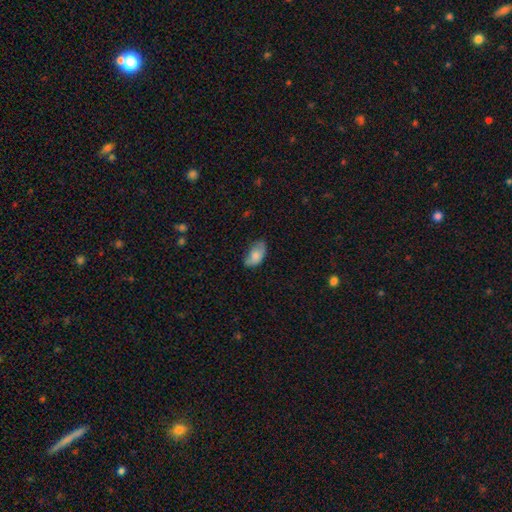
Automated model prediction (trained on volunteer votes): Morphology: type=smooth (78%); roundness=in between (93%); merging=none (54%).